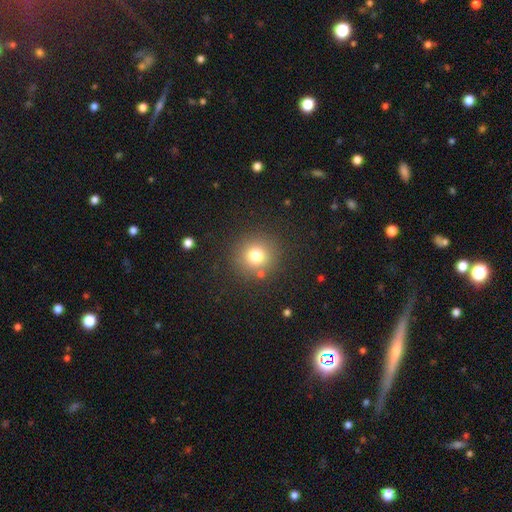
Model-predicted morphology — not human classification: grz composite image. It shows a smooth galaxy with no disk features (76%) that is round (93%). Merging: none (85%).